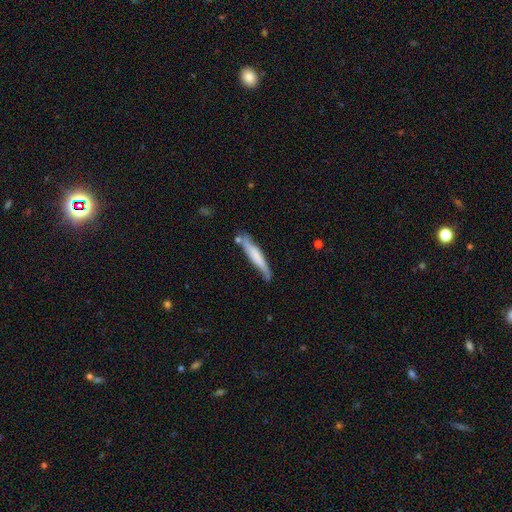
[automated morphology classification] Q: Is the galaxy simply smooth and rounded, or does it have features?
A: smooth — 61%.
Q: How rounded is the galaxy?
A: cigar-shaped — 93%.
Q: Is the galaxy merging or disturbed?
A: none — 68%.